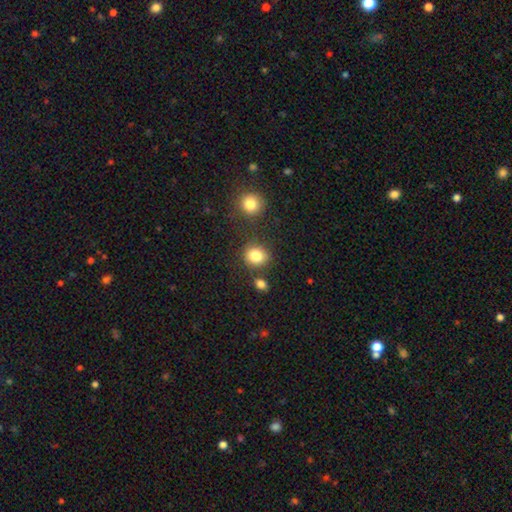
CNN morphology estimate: This is clearly a smooth galaxy (84%). How rounded: likely round (74%). Merging: likely none (74%).